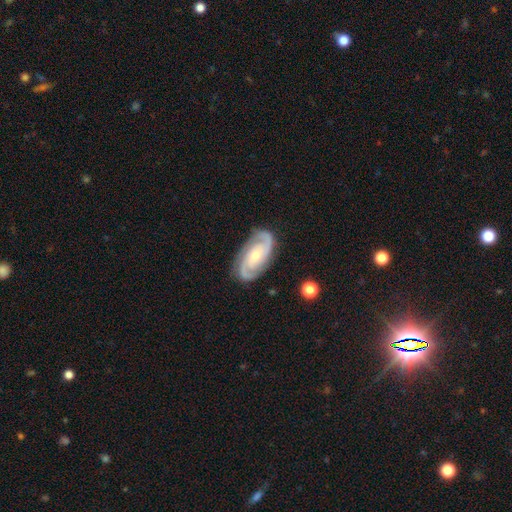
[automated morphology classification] A featured or disk galaxy (90%) with no bar (55%), 2 (82%) tight (49%) spiral arms (98%) and a small central bulge (52%). Merging: none (83%).